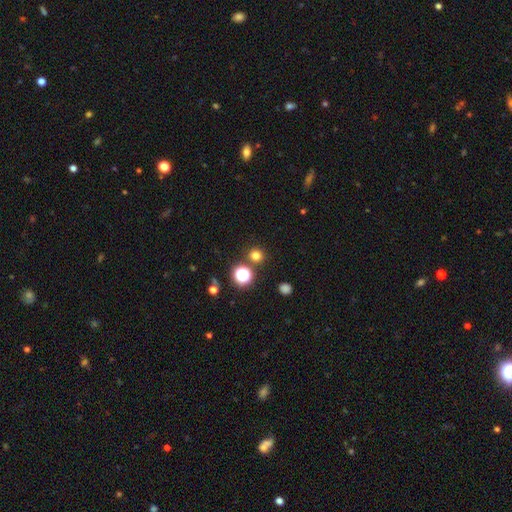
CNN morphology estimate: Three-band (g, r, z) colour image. It shows a smooth galaxy with no disk features (74%) that is round (91%). Merging: none (85%).